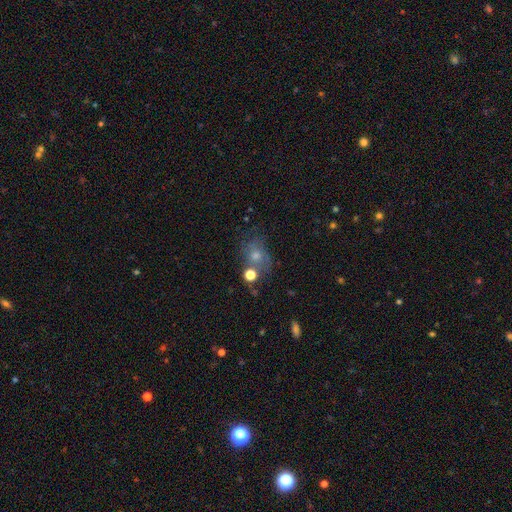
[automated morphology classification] Overall: smooth (41%; featured or disk 31%). Merging: none (59%).